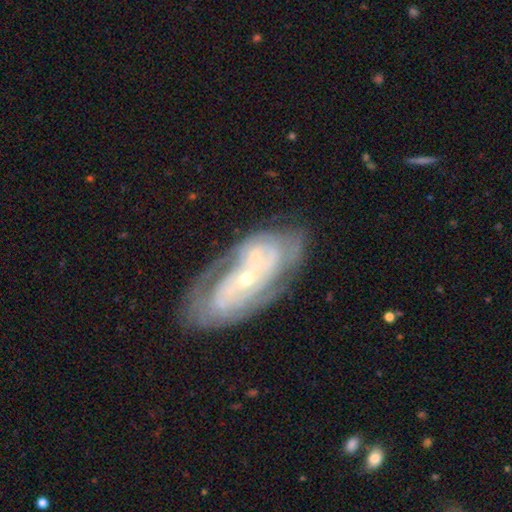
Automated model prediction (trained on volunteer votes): smooth_or_featured: featured or disk (p=0.77) [alt: smooth p=0.15]
disk_edge_on: no (p=0.92) [alt: yes p=0.08]
bar: no (p=0.63) [alt: weak p=0.25]
has_spiral_arms: yes (p=0.84) [alt: no p=0.16]
spiral_winding: tight (p=0.61) [alt: medium p=0.28]
spiral_arm_count: can't tell (p=0.42) [alt: 2 p=0.30]
bulge_size: small (p=0.73) [alt: moderate p=0.21]
merging: none (p=0.51) [alt: minor disturbance p=0.22]